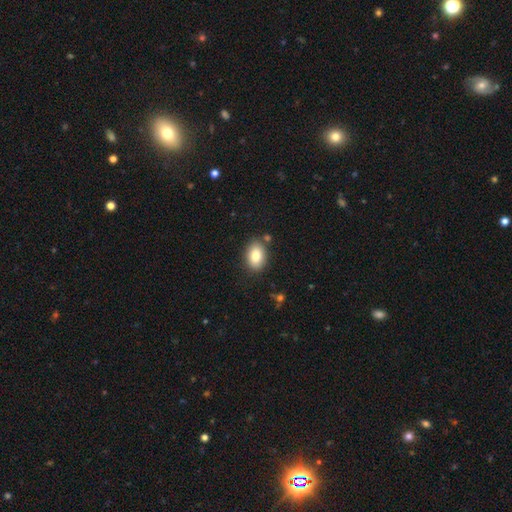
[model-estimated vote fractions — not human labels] This is clearly a smooth galaxy (83%). How rounded: clearly in between (85%). Merging: clearly none (83%).